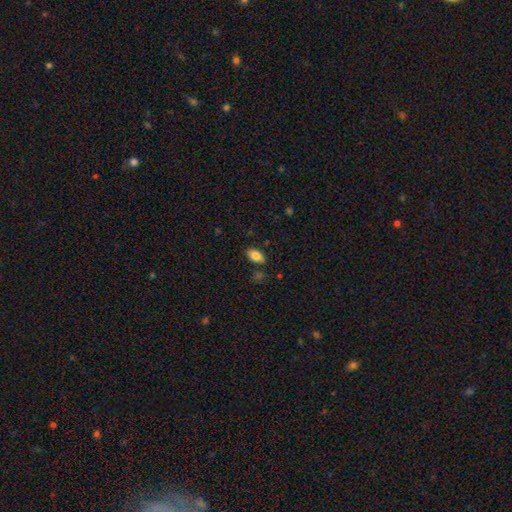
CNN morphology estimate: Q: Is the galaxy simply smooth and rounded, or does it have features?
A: smooth — 83%.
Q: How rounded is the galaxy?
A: in between — 92%.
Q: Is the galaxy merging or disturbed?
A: none — 82%.